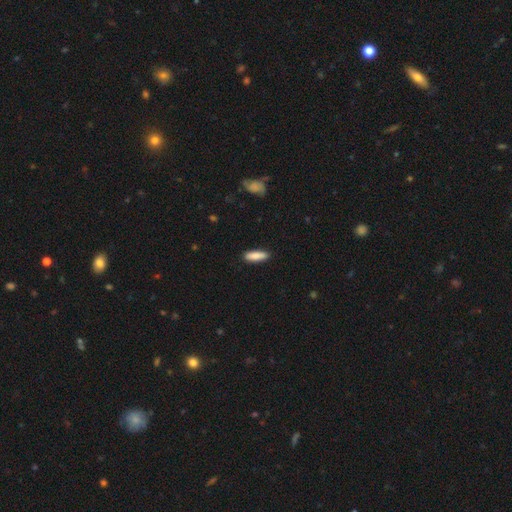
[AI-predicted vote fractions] smooth-or-featured: smooth: 86% | featured or disk: 8% | star or artifact: 6%
  how-rounded: cigar-shaped: 56% | in between: 42% | round: 2%
  merging: none: 88% | minor disturbance: 9% | major disturbance: 2% | merger: 1%